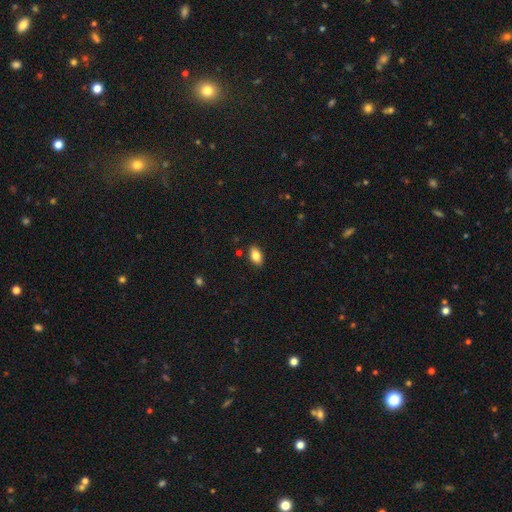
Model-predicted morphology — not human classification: Overall: smooth (83%). How rounded: in between (91%). Merging: none (88%).